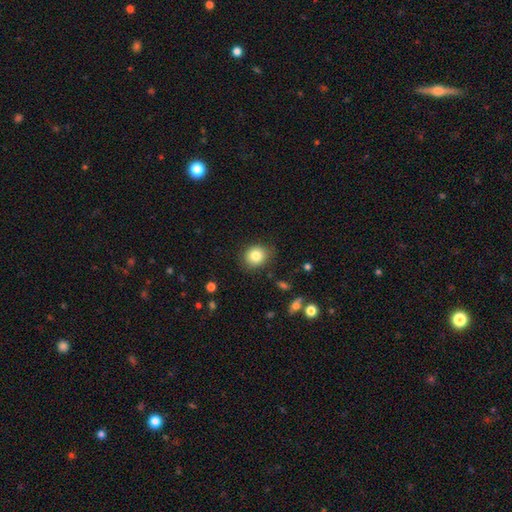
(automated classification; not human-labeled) A smooth galaxy with no disk features (82%) that is round (71%).

Vote fractions:
- Smooth or featured? smooth: 82% / star or artifact: 10% / featured or disk: 8%
- How rounded? round: 71% / in between: 28% / cigar-shaped: 1%
- Merging? none: 81% / minor disturbance: 14% / major disturbance: 3% / merger: 2%